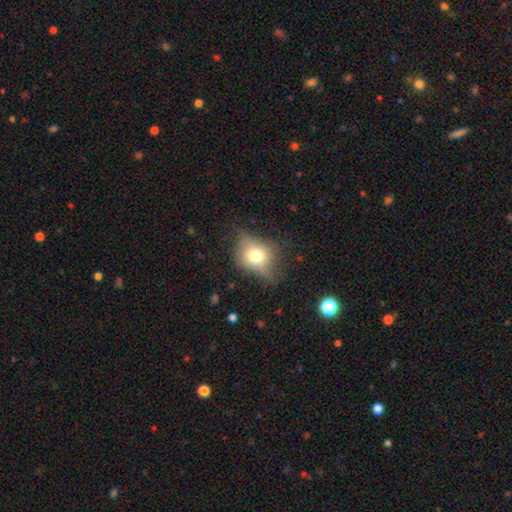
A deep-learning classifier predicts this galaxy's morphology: Q: Smooth or featured?
A: smooth (62%); runner-up: featured or disk (27%)
Q: How rounded?
A: round (52%); runner-up: in between (46%)
Q: Merging?
A: none (52%); runner-up: minor disturbance (31%)